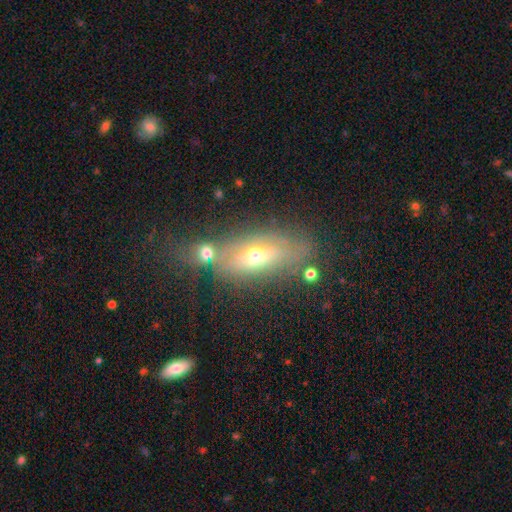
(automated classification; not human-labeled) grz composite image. It shows a smooth galaxy with no disk features (45%). Merging: none (59%).